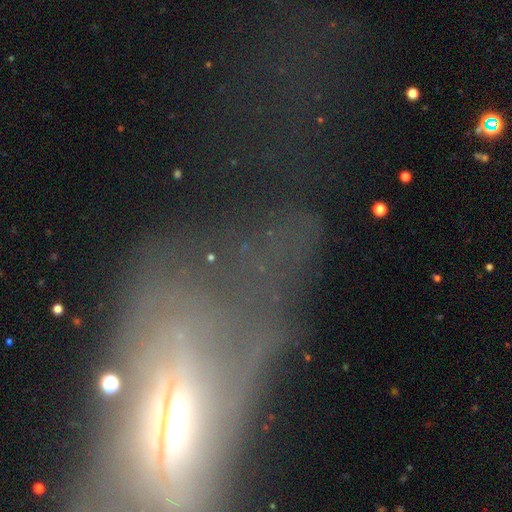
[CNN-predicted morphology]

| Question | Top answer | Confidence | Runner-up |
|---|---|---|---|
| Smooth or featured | featured or disk | 49% | smooth (25%) |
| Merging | major disturbance | 50% | none (29%) |